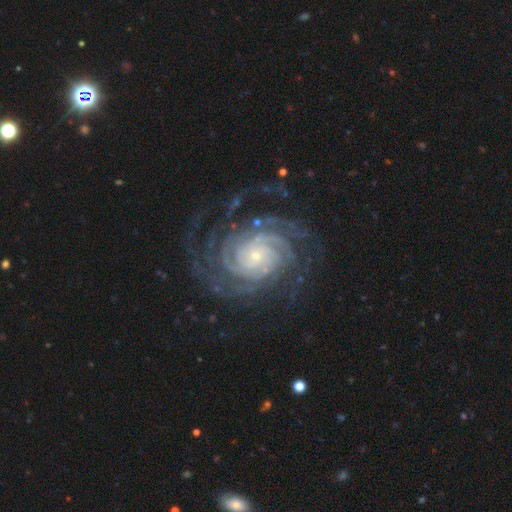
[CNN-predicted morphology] featured or disk 92%, star or artifact 5%, smooth 3%. Down the decision tree: edge-on disk — no (98%); bar — no (73%); spiral arms — yes (99%); spiral arm count — 4 (25%); spiral winding — tight (81%); bulge size — small (77%); merging — none (75%).